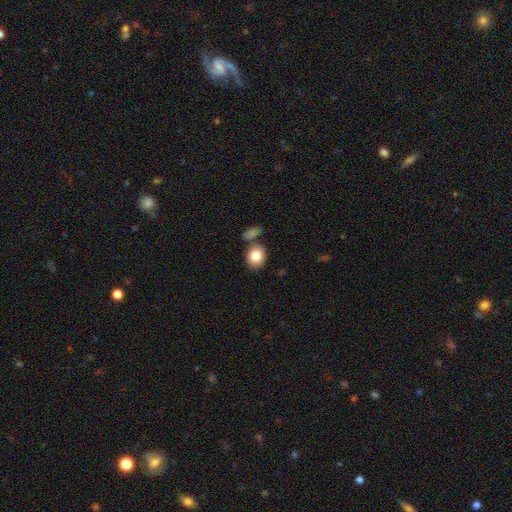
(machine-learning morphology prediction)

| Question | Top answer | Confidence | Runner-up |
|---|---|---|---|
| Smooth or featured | smooth | 83% | featured or disk (9%) |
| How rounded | round | 57% | in between (42%) |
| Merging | none | 70% | merger (16%) |